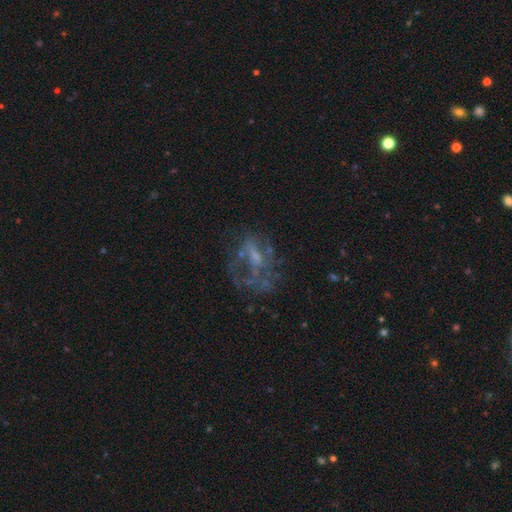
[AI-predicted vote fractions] Overall: featured or disk (62%). Edge-on disk: no (96%). Bar: no (65%; weak 28%). Spiral arms: no (70%; yes 30%). Bulge size: none (38%; small 35%). Merging: none (41%; major disturbance 37%).